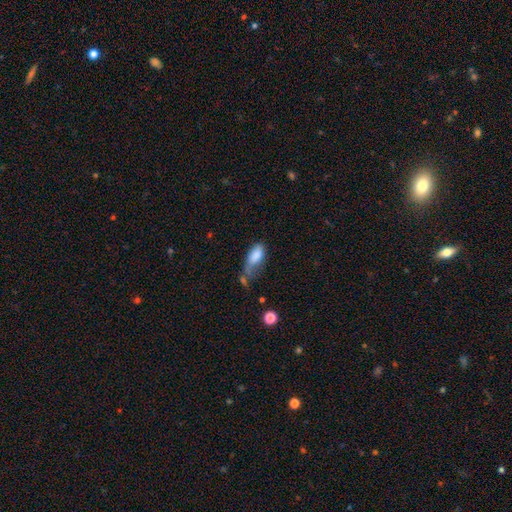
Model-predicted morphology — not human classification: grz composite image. It shows a smooth galaxy with no disk features (80%) that is in between round and cigar-shaped (89%). Merging: minor disturbance (31%).